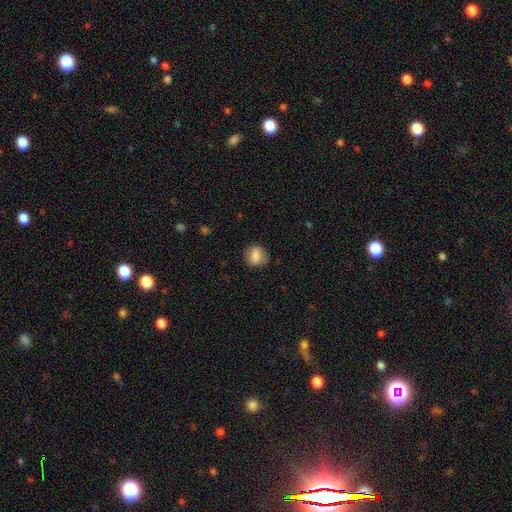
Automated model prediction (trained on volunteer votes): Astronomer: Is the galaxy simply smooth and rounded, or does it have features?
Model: smooth — 79%.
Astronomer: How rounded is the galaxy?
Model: round — 61% (runner-up: in between, 37%).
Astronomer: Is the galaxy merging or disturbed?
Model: none — 83%.